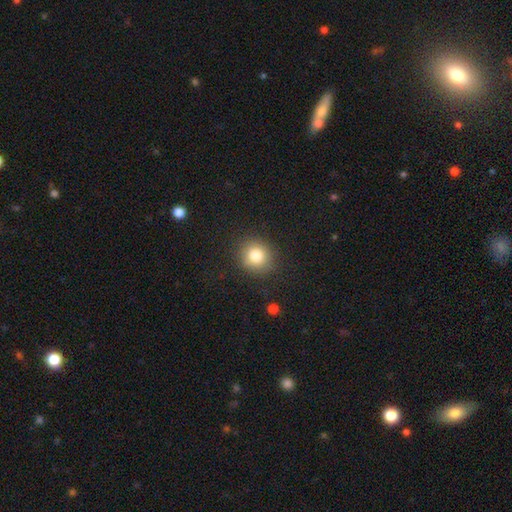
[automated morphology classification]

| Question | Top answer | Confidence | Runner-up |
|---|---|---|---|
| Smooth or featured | smooth | 81% | star or artifact (12%) |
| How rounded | round | 85% | in between (14%) |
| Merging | none | 87% | minor disturbance (9%) |